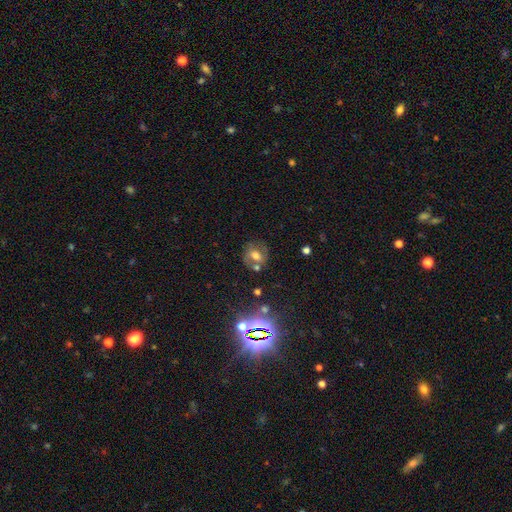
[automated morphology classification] Smooth or featured: smooth — 44% (featured or disk — 40%)
Merging: none — 62% (minor disturbance — 17%)